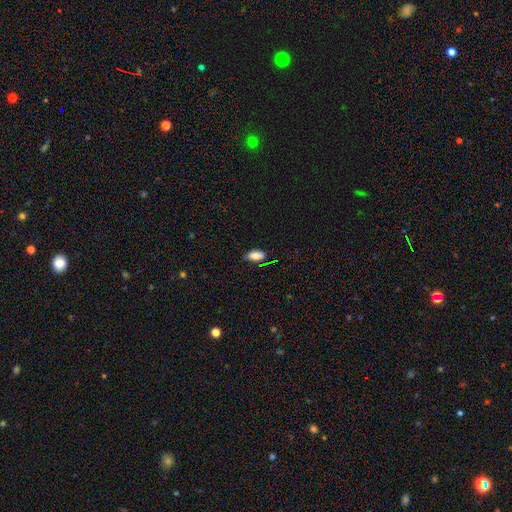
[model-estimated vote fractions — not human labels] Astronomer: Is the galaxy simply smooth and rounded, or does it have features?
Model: smooth — 81%.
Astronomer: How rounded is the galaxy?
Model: in between — 89%.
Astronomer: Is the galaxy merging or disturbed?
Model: none — 78%.